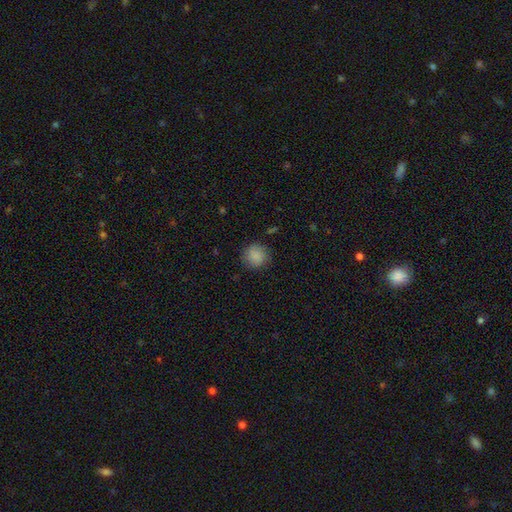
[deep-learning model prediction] This is clearly a smooth galaxy (87%). How rounded: clearly round (91%). Merging: clearly none (84%).